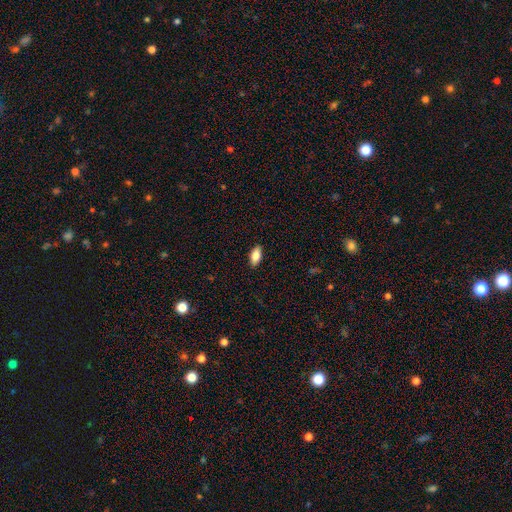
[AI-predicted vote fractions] Morphology: type=smooth (81%); roundness=in between (89%); merging=none (88%).